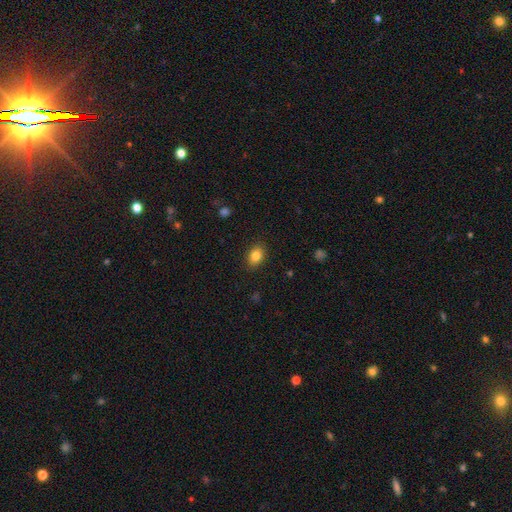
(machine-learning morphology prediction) smooth-or-featured: smooth: 84% | star or artifact: 9% | featured or disk: 7%
  how-rounded: in between: 71% | round: 28% | cigar-shaped: 1%
  merging: none: 87% | minor disturbance: 9% | major disturbance: 2% | merger: 1%